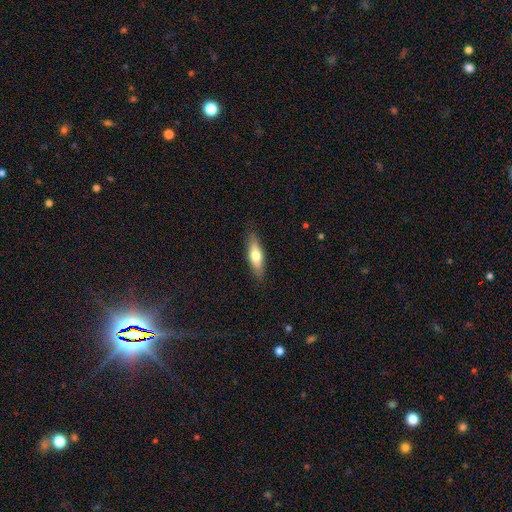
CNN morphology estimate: The model was most divided on "how rounded": in between: 50%, cigar-shaped: 48%, round: 2%. More confident: merging — none (86%); smooth or featured — smooth (65%).